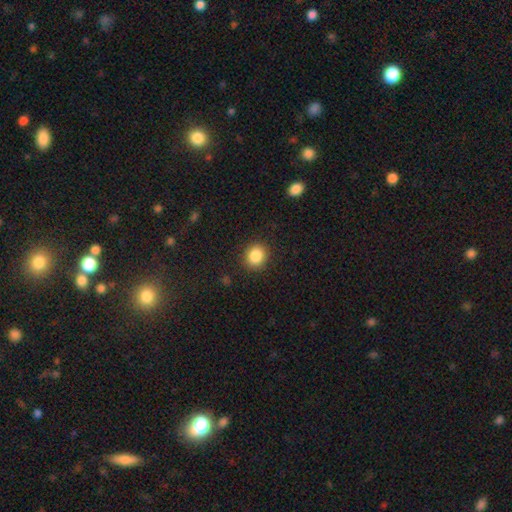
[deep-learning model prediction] Overall: smooth (86%). How rounded: round (78%). Merging: none (89%).